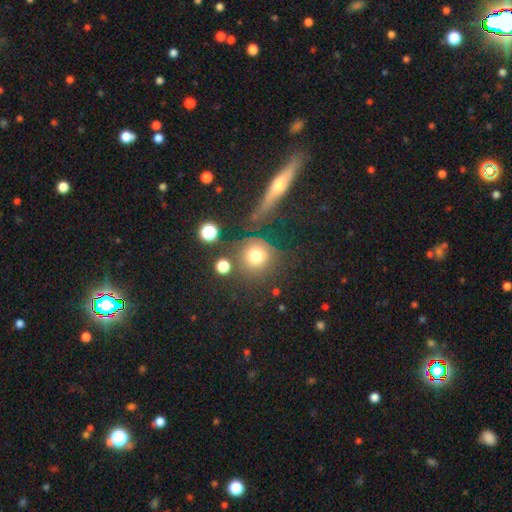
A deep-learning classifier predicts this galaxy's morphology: Overall: smooth (73%). How rounded: round (88%). Merging: none (62%).